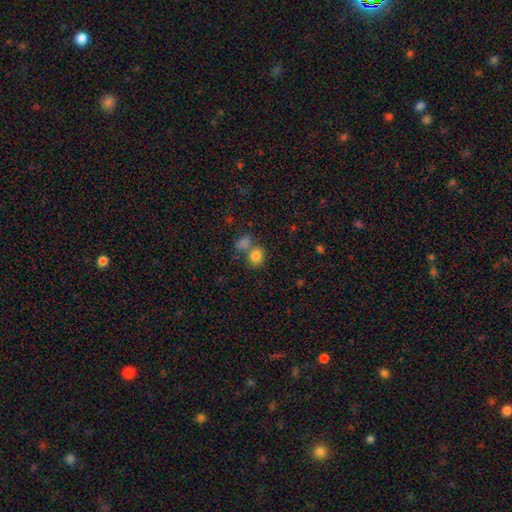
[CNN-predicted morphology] Smooth or featured? Predicted: smooth (p=0.82). How rounded? Predicted: round (p=0.65). Merging? Predicted: none (p=0.57).